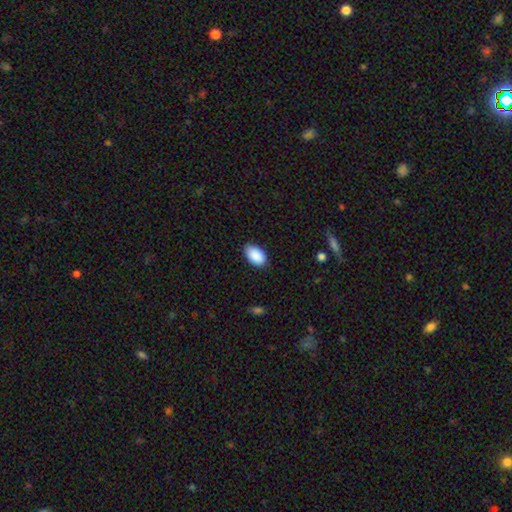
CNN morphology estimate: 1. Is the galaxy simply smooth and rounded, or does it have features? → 91% smooth, 6% star or artifact, 3% featured or disk.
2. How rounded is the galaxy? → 93% in between, 6% round, 1% cigar-shaped.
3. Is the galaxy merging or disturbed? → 86% none, 11% minor disturbance, 2% major disturbance, 1% merger.